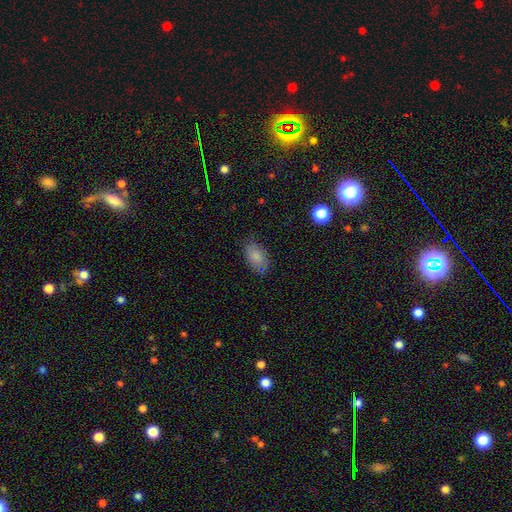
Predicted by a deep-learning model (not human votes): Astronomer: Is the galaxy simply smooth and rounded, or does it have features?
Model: smooth — 84%.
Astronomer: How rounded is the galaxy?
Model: in between — 92%.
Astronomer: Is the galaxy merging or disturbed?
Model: none — 79%.